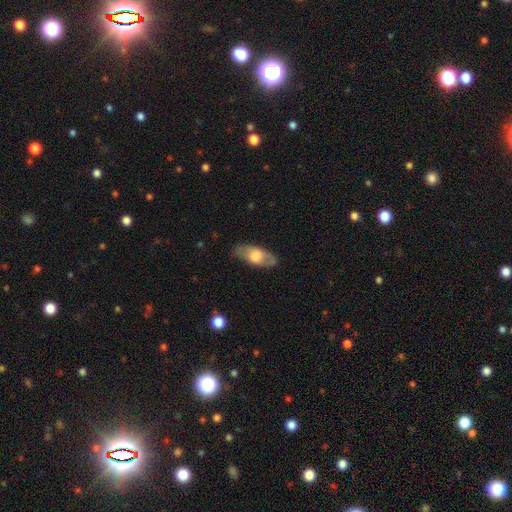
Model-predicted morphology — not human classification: Smooth or featured?
  - smooth: 56% *
  - featured or disk: 39%
  - star or artifact: 6%
How rounded?
  - in between: 85% *
  - cigar-shaped: 11%
  - round: 4%
Merging?
  - none: 79% *
  - minor disturbance: 15%
  - major disturbance: 5%
  - merger: 1%